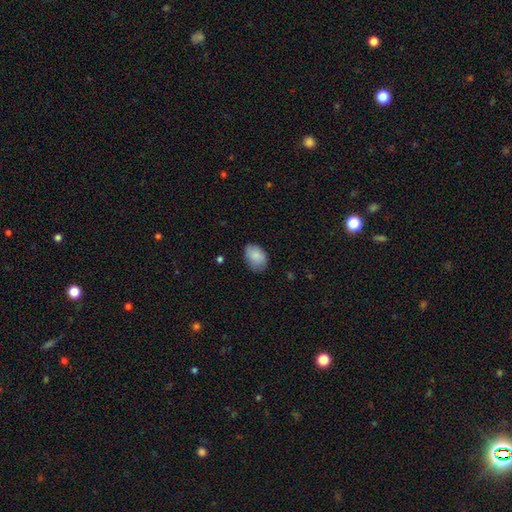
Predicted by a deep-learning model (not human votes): smooth_or_featured: smooth (p=0.86) [alt: featured or disk p=0.08]
how_rounded: in between (p=0.83) [alt: round p=0.16]
merging: none (p=0.75) [alt: minor disturbance p=0.20]